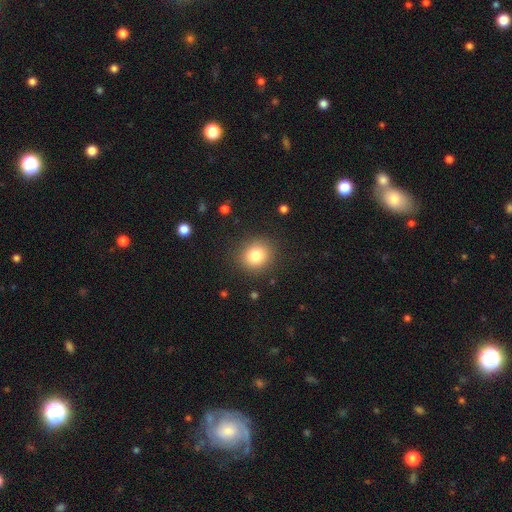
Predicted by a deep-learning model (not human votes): Overall: smooth (81%). How rounded: round (79%). Merging: none (88%).